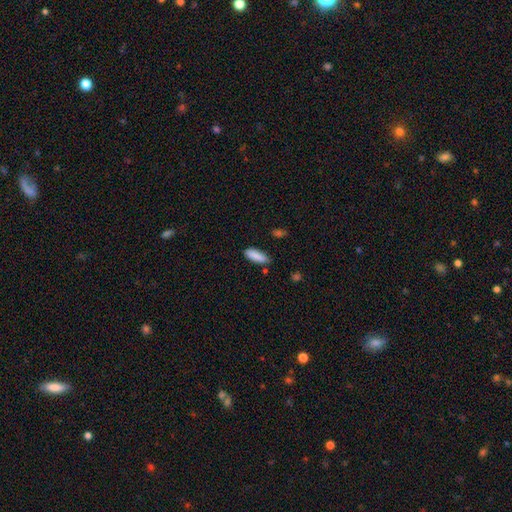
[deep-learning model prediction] A smooth galaxy with no disk features (89%) that is in between round and cigar-shaped (57%). Merging: none (79%).